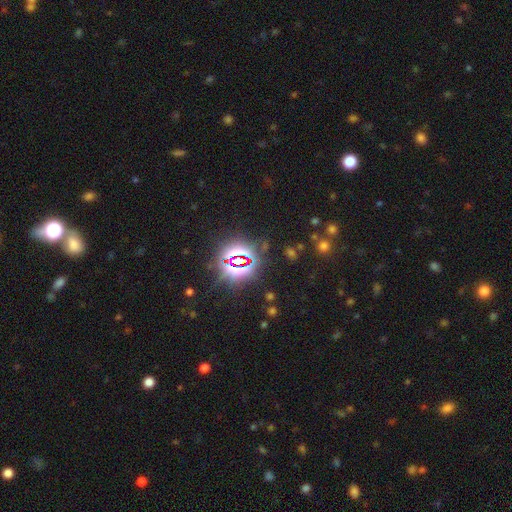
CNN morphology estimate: smooth_or_featured: star or artifact (p=0.81) [alt: smooth p=0.13]